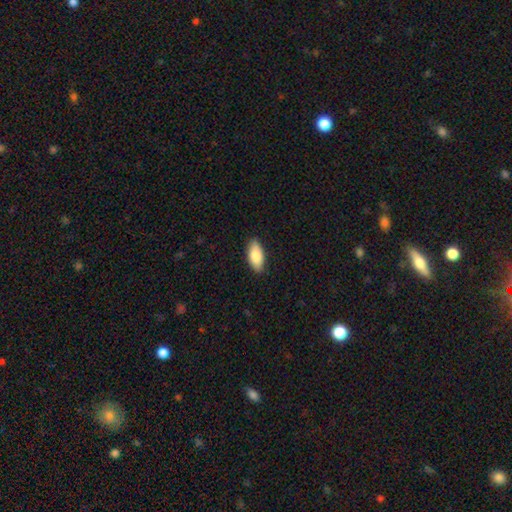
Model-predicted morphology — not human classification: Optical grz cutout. It shows a smooth galaxy with no disk features (83%) that is in between round and cigar-shaped (87%). Merging: none (89%).